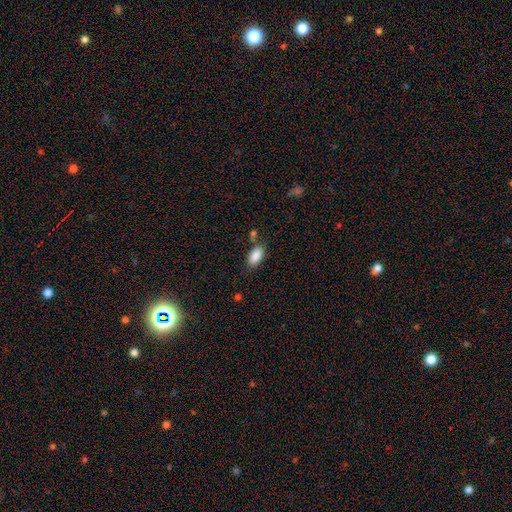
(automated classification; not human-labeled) A smooth galaxy with no disk features (87%) that is in between round and cigar-shaped (92%).

Vote fractions:
- Smooth or featured? smooth: 87% / star or artifact: 7% / featured or disk: 5%
- How rounded? in between: 92% / cigar-shaped: 4% / round: 3%
- Merging? none: 68% / minor disturbance: 17% / merger: 10% / major disturbance: 5%